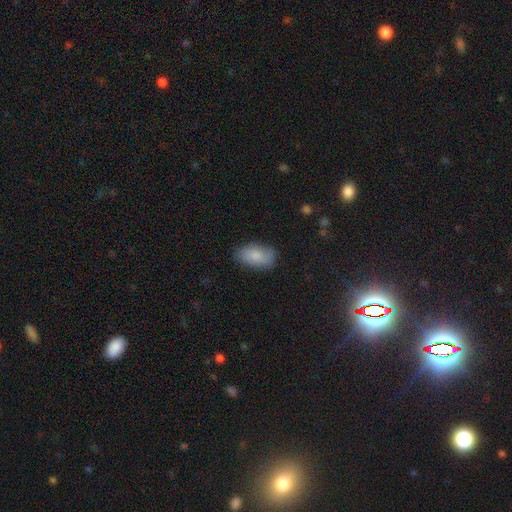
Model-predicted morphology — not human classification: smooth 81%, featured or disk 12%, star or artifact 6%. Down the decision tree: how rounded — in between (93%); merging — none (78%).